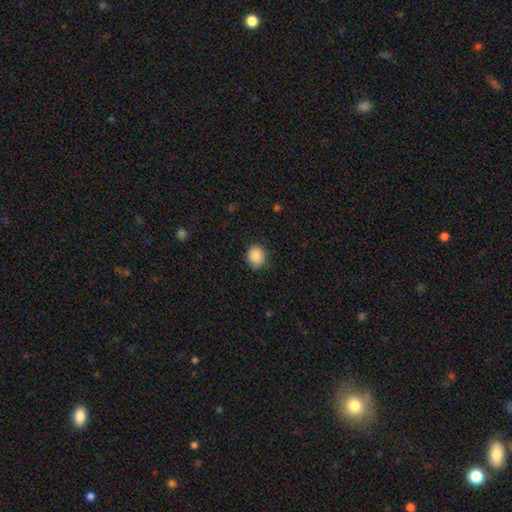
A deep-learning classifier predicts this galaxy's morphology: smooth 88%, star or artifact 9%, featured or disk 4%. Down the decision tree: how rounded — round (70%); merging — none (82%).